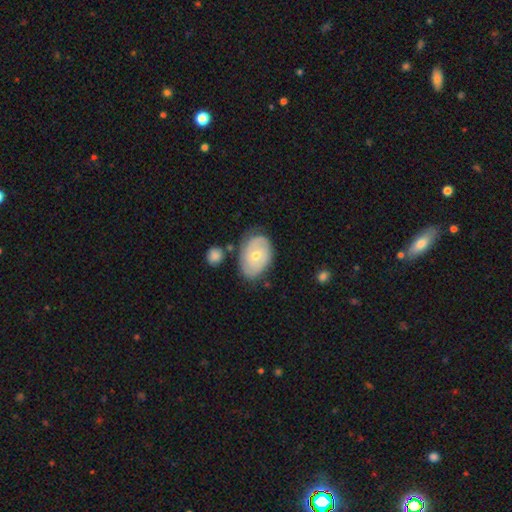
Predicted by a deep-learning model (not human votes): smooth-or-featured: featured or disk: 56% | smooth: 38% | star or artifact: 6%
  disk-edge-on: no: 95% | yes: 5%
    bar: no: 79% | weak: 18% | strong: 3%
    has-spiral-arms: yes: 69% | no: 31%
    bulge-size: moderate: 50% | small: 47% | large: 2% | none: 1% | dominant: 1%
  merging: none: 65% | minor disturbance: 24% | major disturbance: 7% | merger: 5%